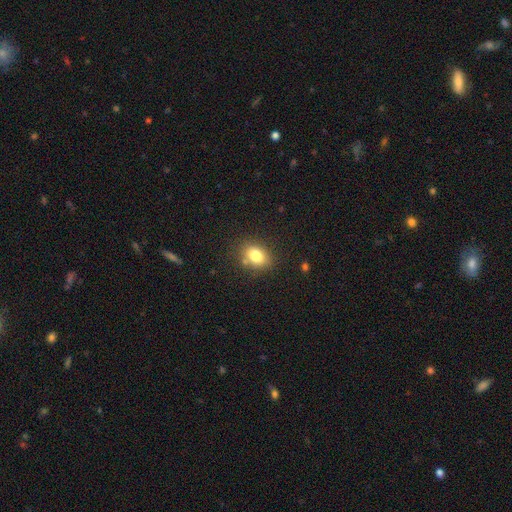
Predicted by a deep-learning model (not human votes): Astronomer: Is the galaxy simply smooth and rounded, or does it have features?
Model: smooth — 80%.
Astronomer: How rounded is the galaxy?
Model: in between — 65%.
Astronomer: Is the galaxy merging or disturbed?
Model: none — 76%.